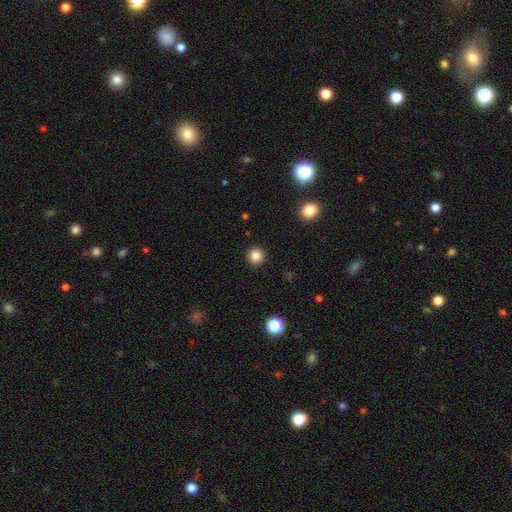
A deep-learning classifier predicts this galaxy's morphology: smooth_or_featured: smooth (p=0.85) [alt: star or artifact p=0.12]
how_rounded: round (p=0.95) [alt: in between p=0.04]
merging: none (p=0.93) [alt: minor disturbance p=0.05]